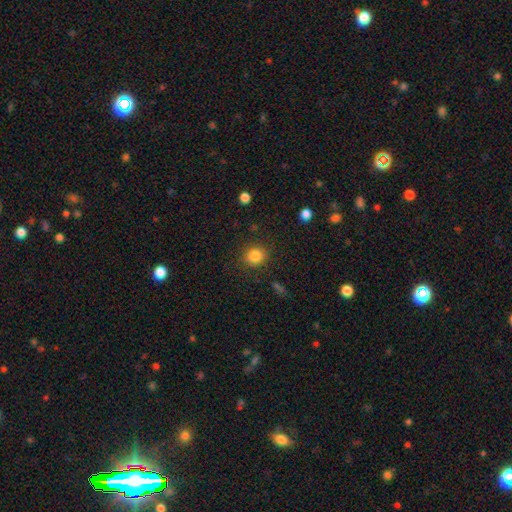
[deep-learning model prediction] Smooth or featured? smooth (84%)
How rounded? round (84%)
Merging? none (86%)